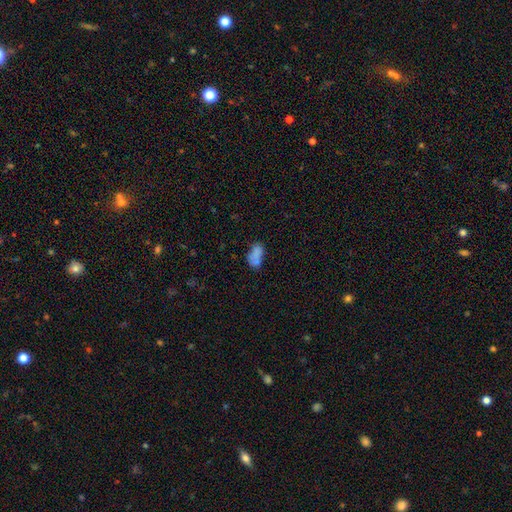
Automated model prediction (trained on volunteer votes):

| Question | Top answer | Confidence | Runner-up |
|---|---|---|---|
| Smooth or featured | smooth | 75% | featured or disk (14%) |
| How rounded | in between | 89% | round (7%) |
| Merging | none | 46% | minor disturbance (22%) |